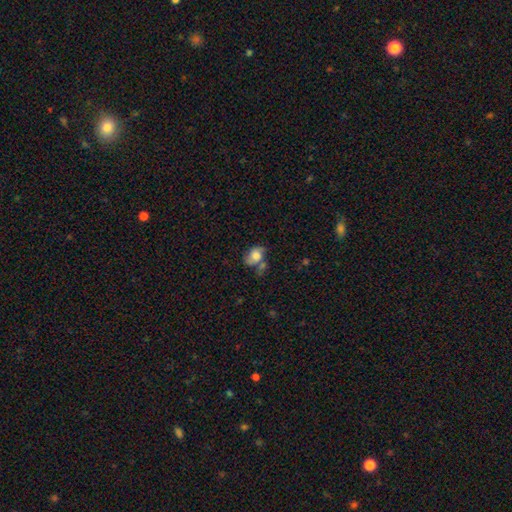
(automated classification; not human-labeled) smooth_or_featured: smooth (p=0.64) [alt: featured or disk p=0.26]
how_rounded: in between (p=0.69) [alt: round p=0.29]
merging: none (p=0.36) [alt: minor disturbance p=0.25]